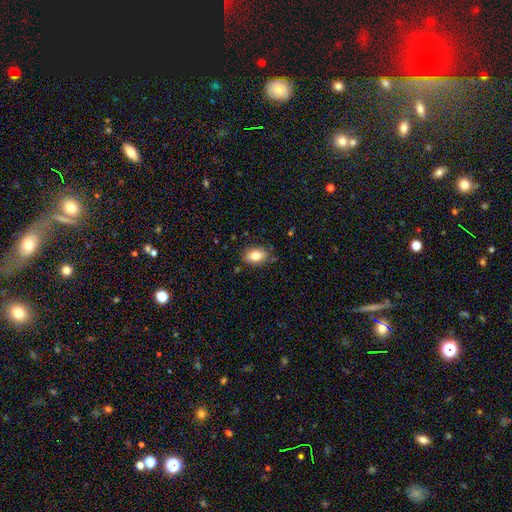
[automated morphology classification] Q: Smooth or featured?
A: smooth (82%); runner-up: featured or disk (10%)
Q: How rounded?
A: in between (85%); runner-up: round (13%)
Q: Merging?
A: none (80%); runner-up: minor disturbance (15%)